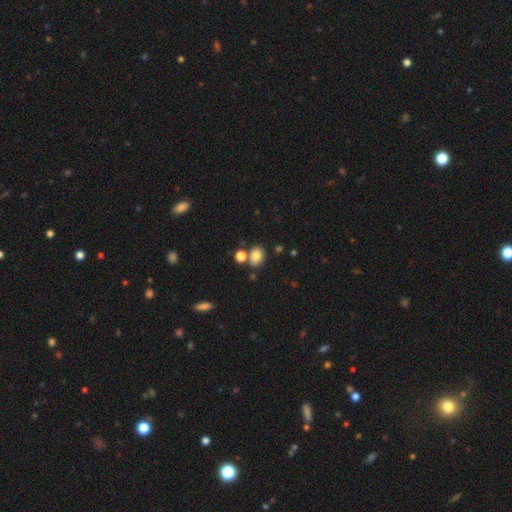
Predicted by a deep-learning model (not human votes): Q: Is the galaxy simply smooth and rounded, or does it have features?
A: smooth — 80%.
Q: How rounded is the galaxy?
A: in between — 56%.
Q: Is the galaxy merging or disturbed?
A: none — 67%.